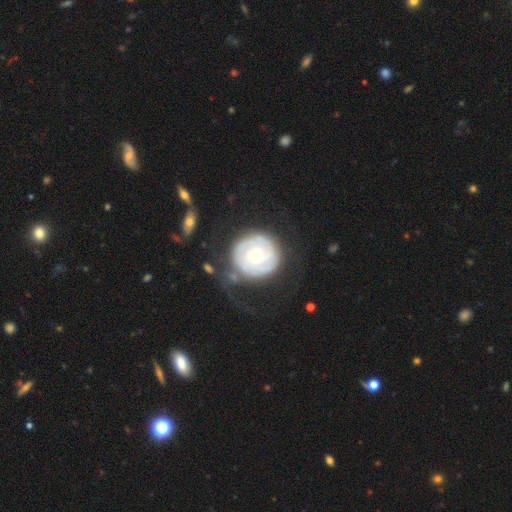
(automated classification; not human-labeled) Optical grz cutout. It shows a featured or disk galaxy (74%) with no bar (76%), tight (74%) spiral arms (82%) and a moderate central bulge (52%). Merging: none (55%).